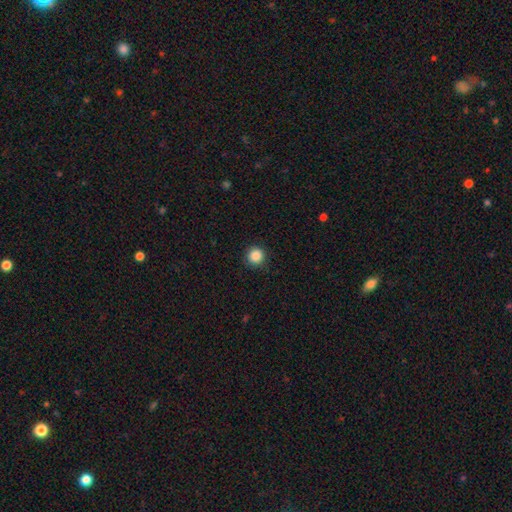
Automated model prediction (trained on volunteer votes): This appears to be a smooth galaxy with no disk features (87%) that is round (95%). Merging: none (91%).